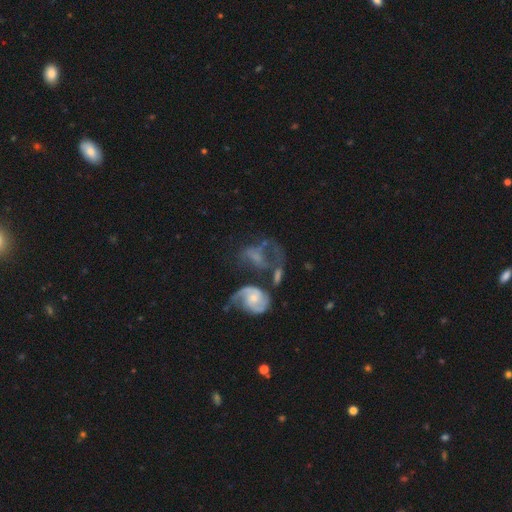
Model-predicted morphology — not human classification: Overall: featured or disk (63%; smooth 28%). Edge-on disk: no (96%). Bar: no (63%; weak 29%). Spiral arms: yes (72%). Bulge size: small (40%; moderate 29%). Merging: merger (34%; major disturbance 32%).